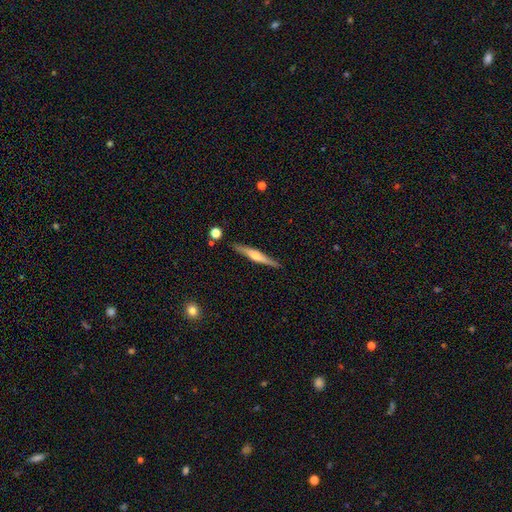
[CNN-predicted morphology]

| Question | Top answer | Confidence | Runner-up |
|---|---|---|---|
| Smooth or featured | featured or disk | 59% | smooth (35%) |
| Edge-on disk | yes | 97% | no (3%) |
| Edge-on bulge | rounded | 68% | boxy (18%) |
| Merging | none | 88% | minor disturbance (8%) |